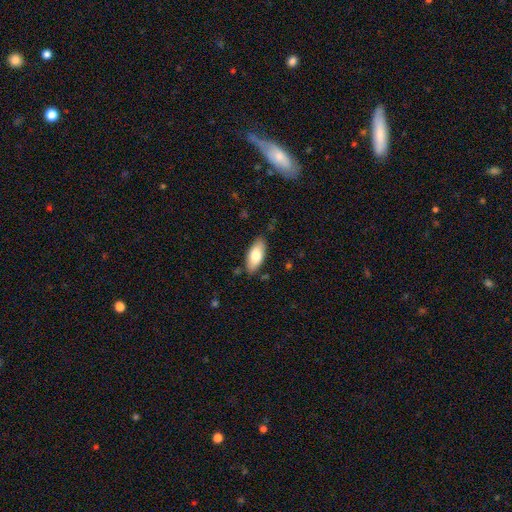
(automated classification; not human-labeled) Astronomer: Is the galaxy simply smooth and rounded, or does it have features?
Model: smooth — 76%.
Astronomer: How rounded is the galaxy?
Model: in between — 87%.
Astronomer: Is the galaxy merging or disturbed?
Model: none — 84%.